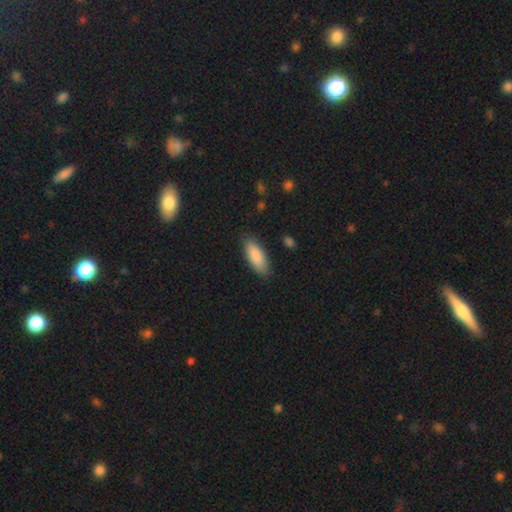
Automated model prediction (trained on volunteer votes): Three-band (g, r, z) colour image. It shows a smooth galaxy with no disk features (88%) that is in between round and cigar-shaped (75%). Merging: none (85%).